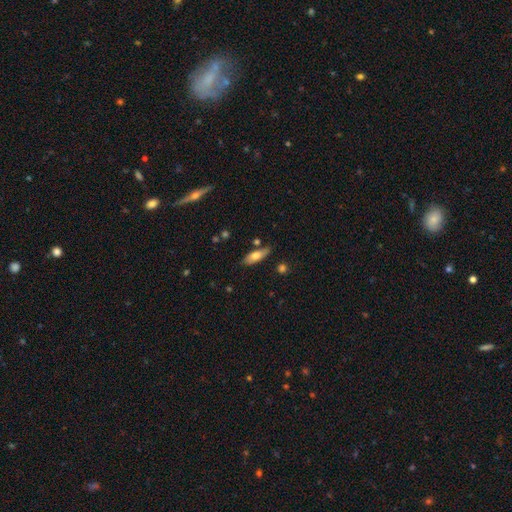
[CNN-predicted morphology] This is likely a smooth galaxy (65%). How rounded: likely in between (65%). Merging: likely none (75%).